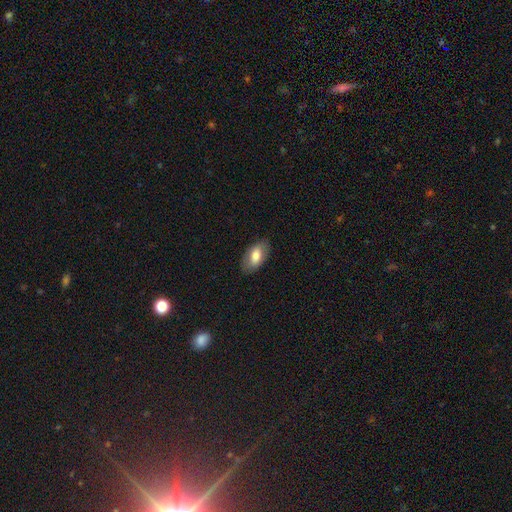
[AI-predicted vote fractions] Smooth or featured? smooth (73%)
How rounded? in between (93%)
Merging? none (84%)